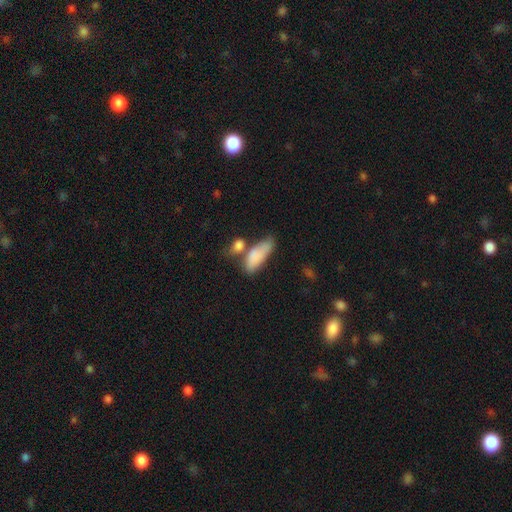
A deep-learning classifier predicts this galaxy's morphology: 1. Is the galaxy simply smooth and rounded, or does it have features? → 81% smooth, 13% featured or disk, 7% star or artifact.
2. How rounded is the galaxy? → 76% in between, 21% cigar-shaped, 3% round.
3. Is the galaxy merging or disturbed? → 36% none, 33% merger, 20% minor disturbance, 10% major disturbance.